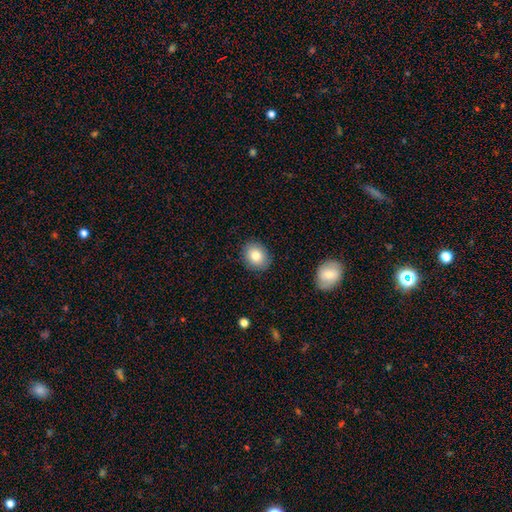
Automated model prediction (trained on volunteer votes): smooth-or-featured: smooth: 81% | featured or disk: 10% | star or artifact: 9%
  how-rounded: round: 57% | in between: 42% | cigar-shaped: 1%
  merging: none: 88% | minor disturbance: 9% | major disturbance: 2% | merger: 1%